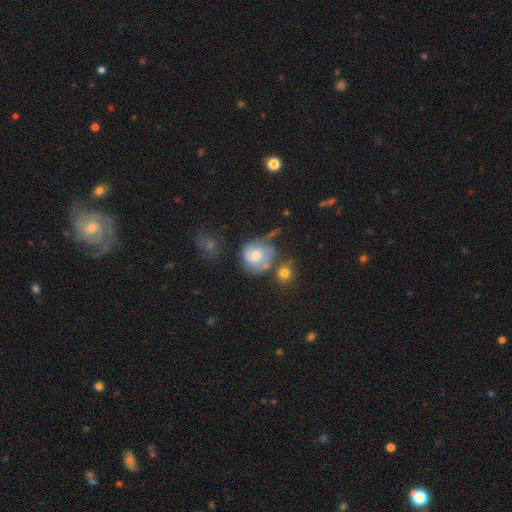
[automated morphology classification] Smooth or featured? smooth (56%)
How rounded? round (77%)
Merging? none (35%)